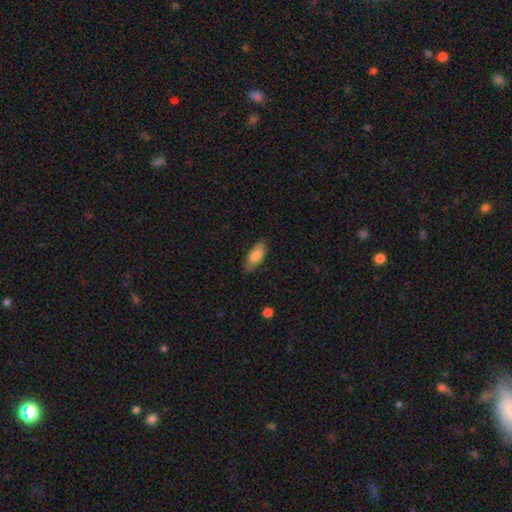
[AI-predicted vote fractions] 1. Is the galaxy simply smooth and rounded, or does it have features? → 79% smooth, 14% featured or disk, 6% star or artifact.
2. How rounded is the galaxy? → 80% in between, 18% cigar-shaped, 2% round.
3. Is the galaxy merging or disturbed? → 81% none, 15% minor disturbance, 3% major disturbance, 1% merger.